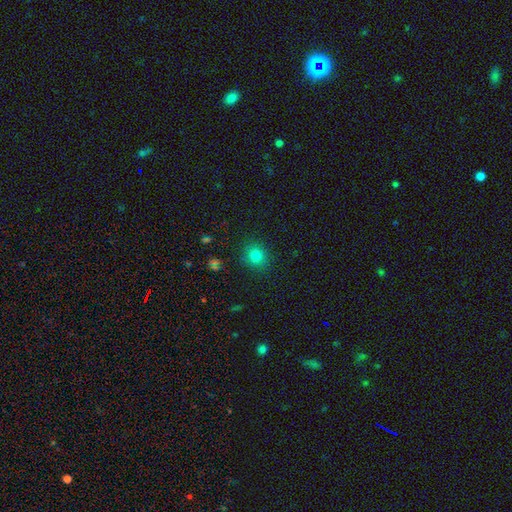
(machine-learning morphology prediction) type=smooth (79%); roundness=round (85%); merging=none (89%).